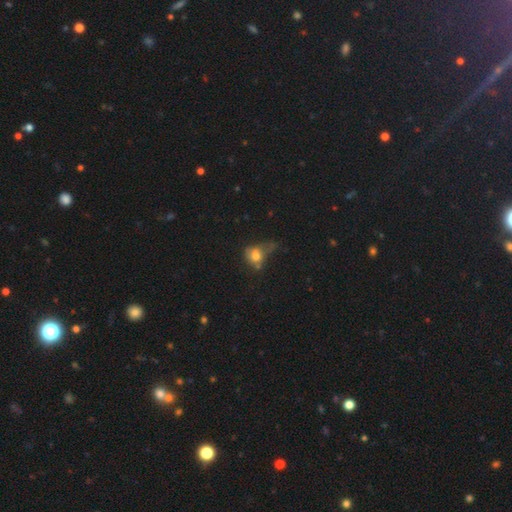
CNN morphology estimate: smooth-or-featured: smooth: 68% | featured or disk: 19% | star or artifact: 13%
  how-rounded: round: 53% | in between: 45% | cigar-shaped: 2%
  merging: major disturbance: 33% | none: 29% | minor disturbance: 27% | merger: 12%